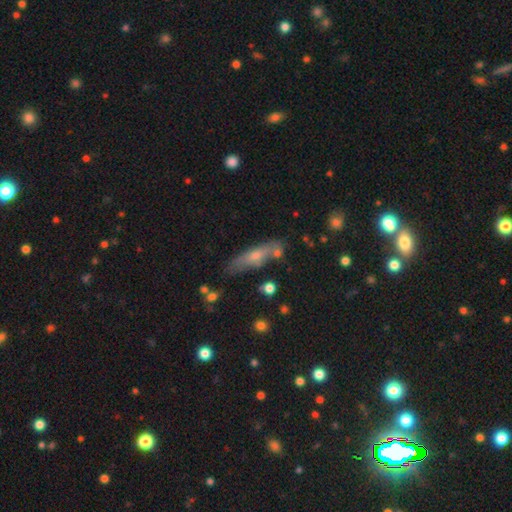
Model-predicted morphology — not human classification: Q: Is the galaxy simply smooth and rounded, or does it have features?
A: smooth — 50%.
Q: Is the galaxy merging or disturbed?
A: none — 70%.